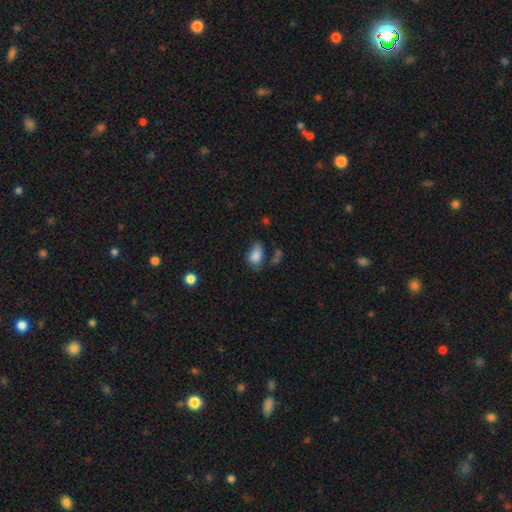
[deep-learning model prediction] Smooth or featured? Predicted: smooth (p=0.81). How rounded? Predicted: in between (p=0.86). Merging? Predicted: none (p=0.41).